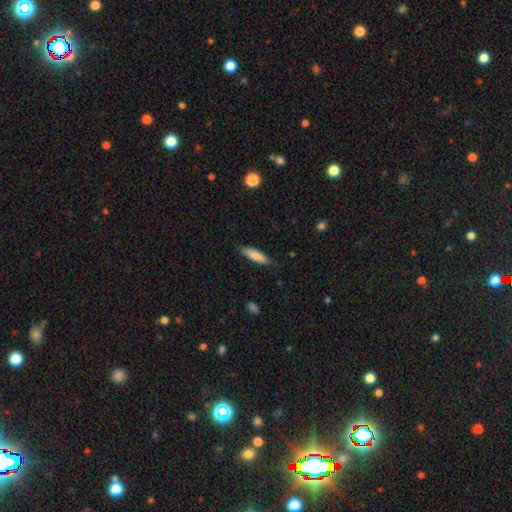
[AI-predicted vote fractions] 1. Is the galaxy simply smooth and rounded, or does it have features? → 81% smooth, 13% featured or disk, 6% star or artifact.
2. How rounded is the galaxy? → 63% cigar-shaped, 35% in between, 2% round.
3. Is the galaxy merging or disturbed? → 83% none, 14% minor disturbance, 2% major disturbance, 1% merger.